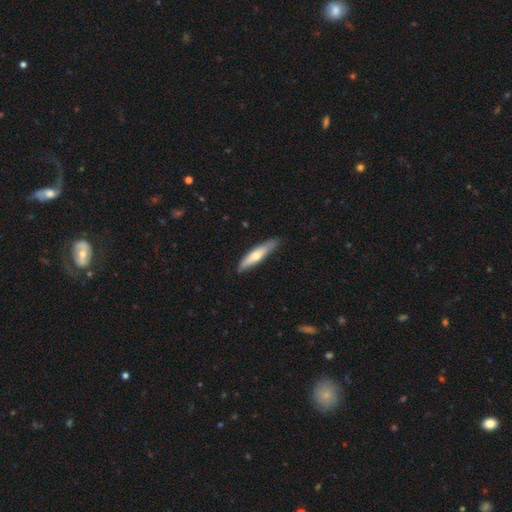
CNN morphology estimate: This is possibly a smooth galaxy (56%). How rounded: clearly cigar-shaped (82%). Merging: clearly none (87%).